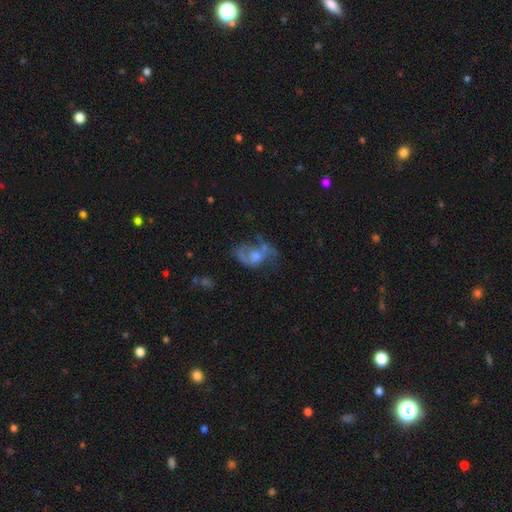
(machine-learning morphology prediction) A featured or disk galaxy (62%) with no bar (76%), spiral arms (57%) and a moderate central bulge (52%).

Vote fractions:
- Smooth or featured? featured or disk: 62% / smooth: 25% / star or artifact: 14%
- Edge-on disk? no: 96% / yes: 4%
- Bar? no: 76% / weak: 20% / strong: 4%
- Spiral arms? yes: 57% / no: 43%
- Bulge size? moderate: 52% / small: 24% / large: 13% / none: 9% / dominant: 2%
- Merging? none: 38% / major disturbance: 31% / minor disturbance: 21% / merger: 10%